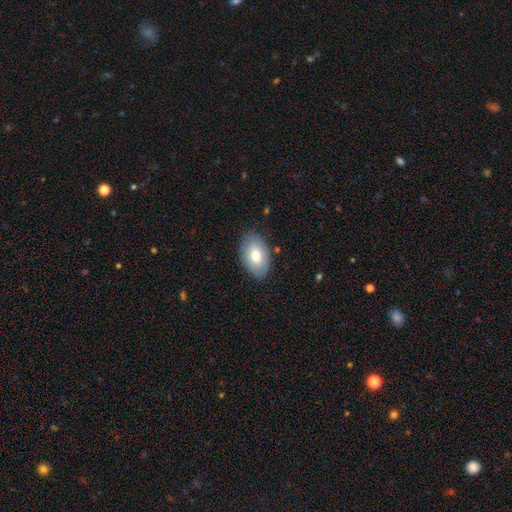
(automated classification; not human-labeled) This appears to be a smooth galaxy with no disk features (73%) that is in between round and cigar-shaped (91%). Merging: none (84%).